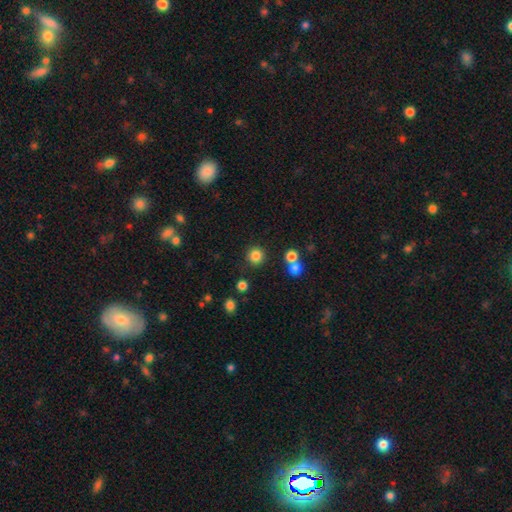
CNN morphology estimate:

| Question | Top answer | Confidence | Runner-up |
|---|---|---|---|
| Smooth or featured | smooth | 82% | star or artifact (13%) |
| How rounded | round | 94% | in between (5%) |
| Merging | none | 86% | minor disturbance (6%) |